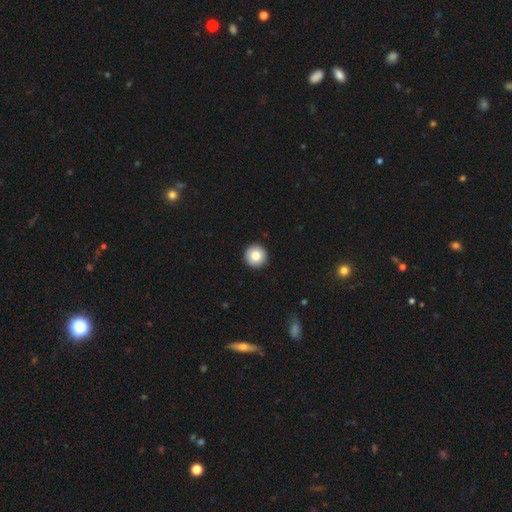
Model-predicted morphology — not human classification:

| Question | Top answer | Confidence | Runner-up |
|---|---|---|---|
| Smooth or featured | smooth | 82% | featured or disk (9%) |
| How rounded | round | 97% | in between (2%) |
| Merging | none | 94% | minor disturbance (4%) |